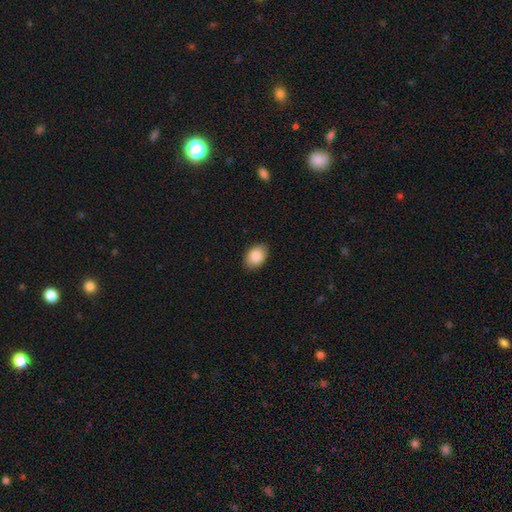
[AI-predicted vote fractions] smooth_or_featured: smooth (p=0.88) [alt: star or artifact p=0.07]
how_rounded: in between (p=0.82) [alt: round p=0.17]
merging: none (p=0.87) [alt: minor disturbance p=0.10]